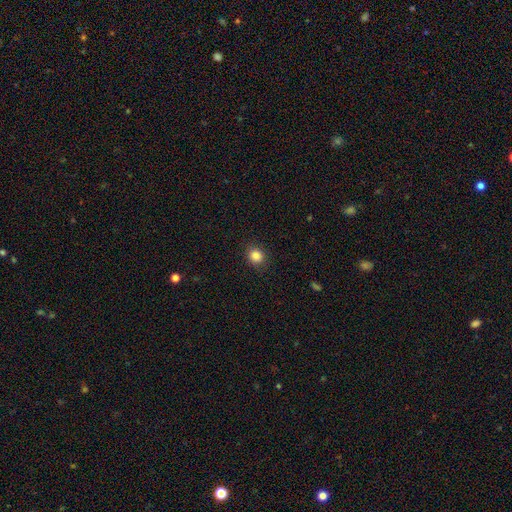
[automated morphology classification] Smooth or featured? Predicted: smooth (p=0.85). How rounded? Predicted: round (p=0.78). Merging? Predicted: none (p=0.89).